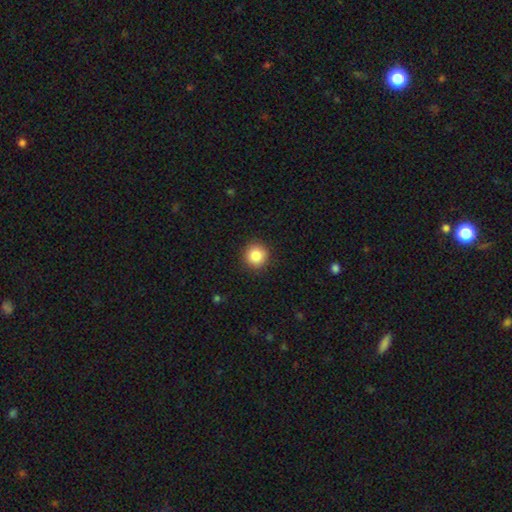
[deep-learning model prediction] The model was most divided on "smooth or featured": smooth: 86%, star or artifact: 10%, featured or disk: 5%. More confident: how rounded — round (94%); merging — none (91%).